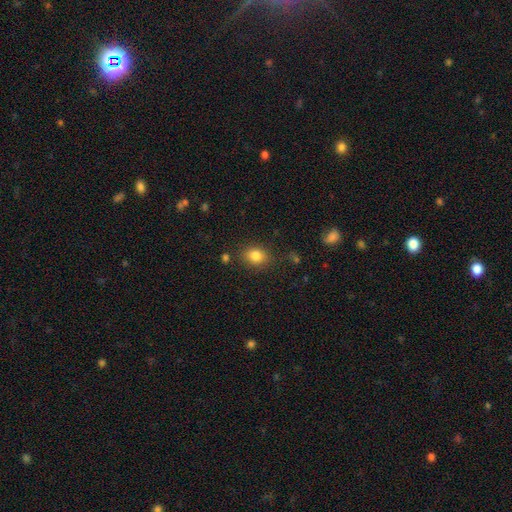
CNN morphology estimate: A smooth galaxy with no disk features (83%) that is in between round and cigar-shaped (51%).

Vote fractions:
- Smooth or featured? smooth: 83% / star or artifact: 11% / featured or disk: 7%
- How rounded? in between: 51% / round: 48% / cigar-shaped: 1%
- Merging? none: 81% / minor disturbance: 12% / major disturbance: 4% / merger: 3%